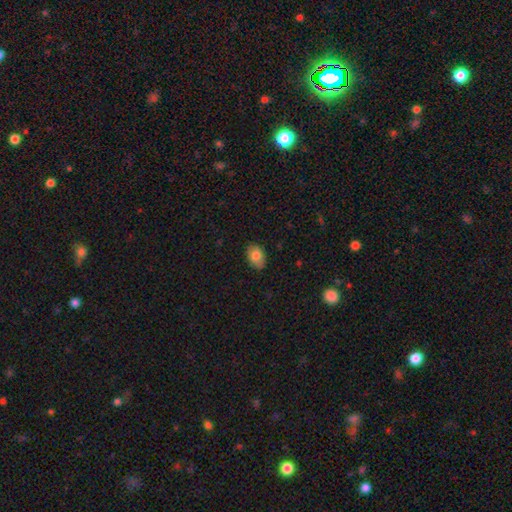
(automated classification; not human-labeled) The model was most divided on "how rounded": in between: 83%, round: 16%, cigar-shaped: 1%. More confident: merging — none (84%); smooth or featured — smooth (81%).